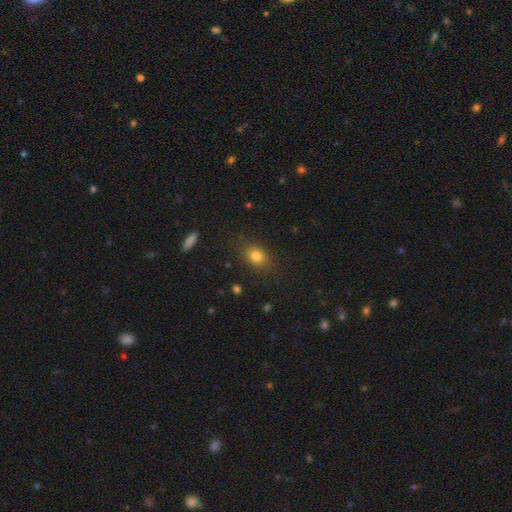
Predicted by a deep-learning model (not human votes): A smooth galaxy with no disk features (81%) that is in between round and cigar-shaped (60%).

Vote fractions:
- Smooth or featured? smooth: 81% / star or artifact: 12% / featured or disk: 8%
- How rounded? in between: 60% / round: 38% / cigar-shaped: 2%
- Merging? none: 83% / minor disturbance: 12% / major disturbance: 4% / merger: 1%